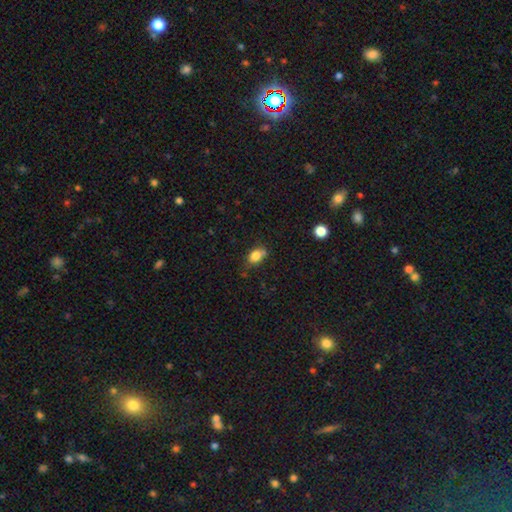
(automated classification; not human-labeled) Smooth or featured? smooth (82%)
How rounded? in between (77%)
Merging? none (62%)